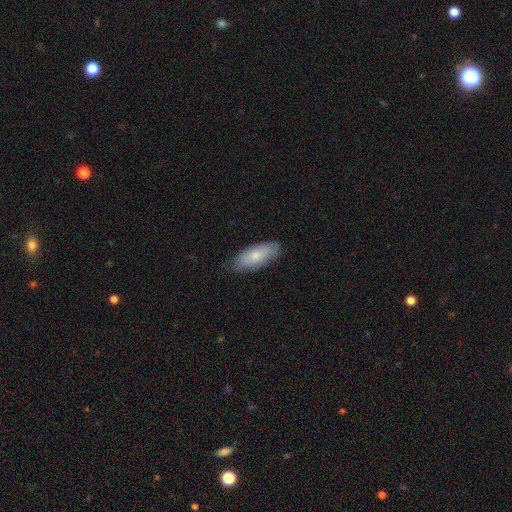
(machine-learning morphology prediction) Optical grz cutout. It shows a smooth galaxy with no disk features (73%) that is in between round and cigar-shaped (82%). Merging: none (76%).